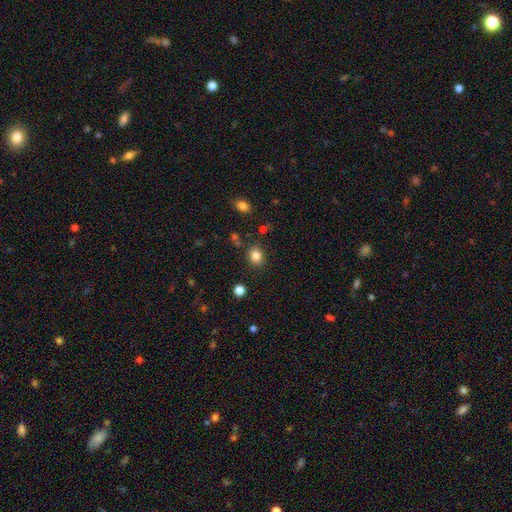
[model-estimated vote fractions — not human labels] Q: Smooth or featured?
A: smooth (83%); runner-up: star or artifact (11%)
Q: How rounded?
A: round (66%); runner-up: in between (34%)
Q: Merging?
A: none (85%); runner-up: minor disturbance (9%)